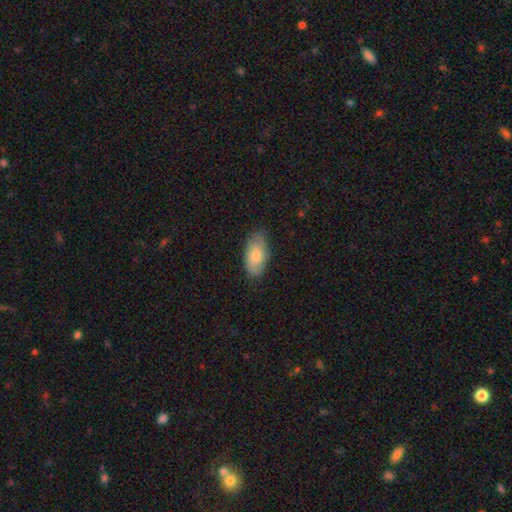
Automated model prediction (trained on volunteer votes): The model was most divided on "smooth or featured": smooth: 77%, featured or disk: 17%, star or artifact: 6%. More confident: how rounded — in between (93%); merging — none (80%).